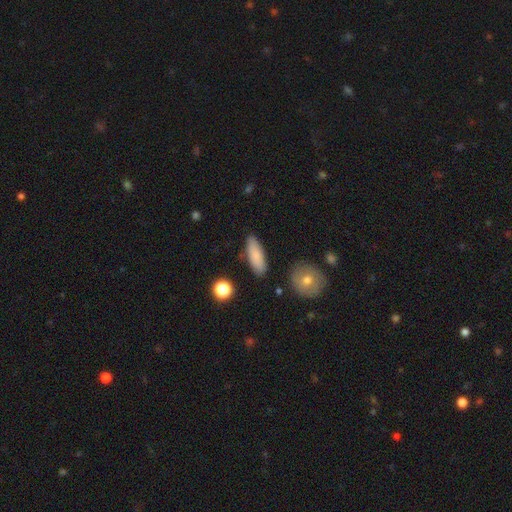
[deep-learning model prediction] Smooth or featured: smooth — 83% (featured or disk — 10%)
How rounded: in between — 60% (cigar-shaped — 37%)
Merging: none — 85% (minor disturbance — 10%)